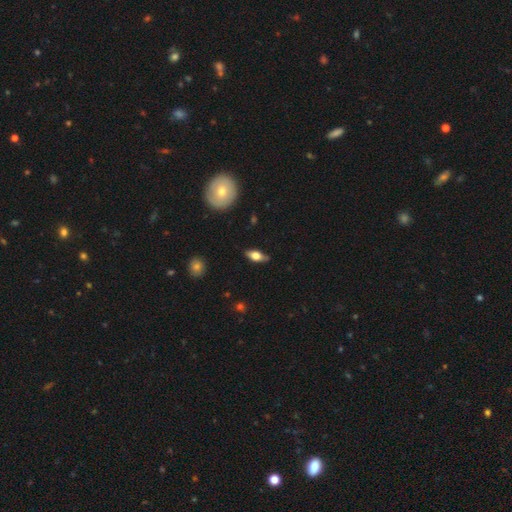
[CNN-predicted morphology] A smooth galaxy with no disk features (56%) that is in between round and cigar-shaped (77%).

Vote fractions:
- Smooth or featured? smooth: 56% / featured or disk: 37% / star or artifact: 7%
- How rounded? in between: 77% / cigar-shaped: 17% / round: 6%
- Merging? none: 81% / minor disturbance: 14% / major disturbance: 3% / merger: 2%